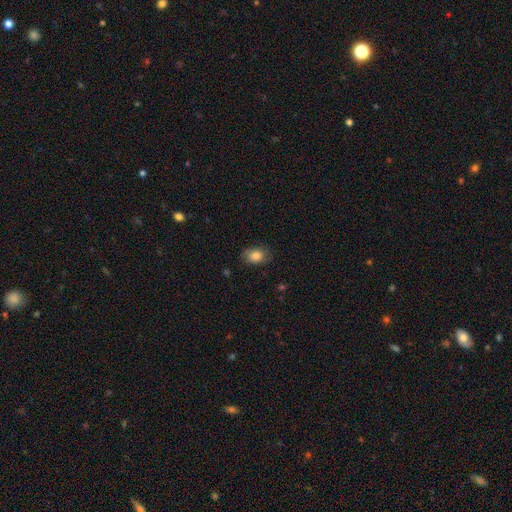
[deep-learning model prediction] Smooth or featured: smooth — 84% (star or artifact — 8%)
How rounded: in between — 77% (round — 22%)
Merging: none — 81% (minor disturbance — 15%)